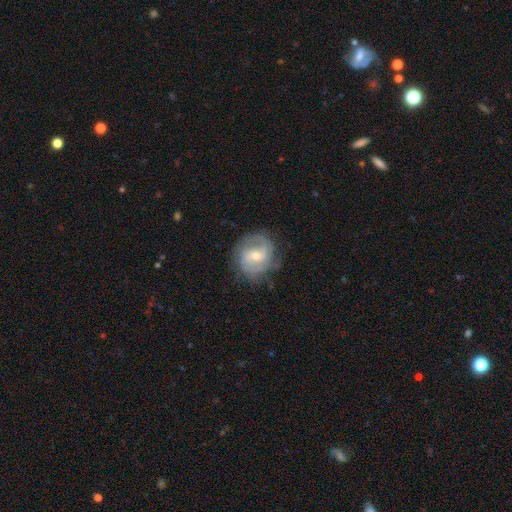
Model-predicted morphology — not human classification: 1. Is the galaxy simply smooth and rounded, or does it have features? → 81% featured or disk, 14% smooth, 5% star or artifact.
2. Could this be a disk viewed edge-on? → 98% no, 2% yes.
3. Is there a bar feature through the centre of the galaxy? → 49% weak, 38% no, 12% strong.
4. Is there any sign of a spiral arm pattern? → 93% yes, 7% no.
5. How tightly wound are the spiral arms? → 44% tight, 42% medium, 14% loose.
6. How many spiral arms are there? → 63% 2, 17% can't tell, 11% 3, 4% 1, 3% 4, 3% more than 4.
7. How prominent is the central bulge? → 53% small, 43% moderate, 1% large, 1% none, 1% dominant.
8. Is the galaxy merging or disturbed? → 74% none, 17% minor disturbance, 7% major disturbance, 1% merger.